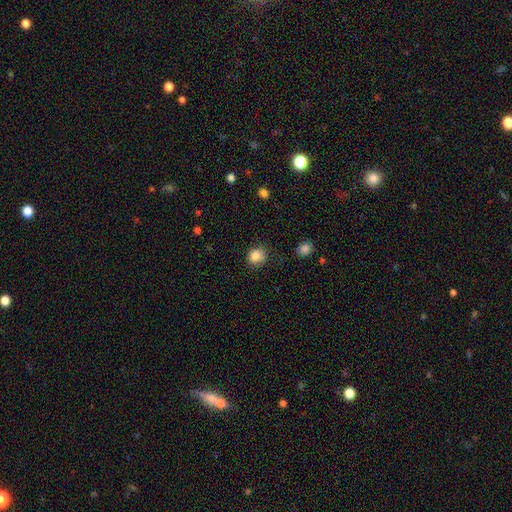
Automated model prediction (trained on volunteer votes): This appears to be a smooth galaxy with no disk features (84%) that is round (72%). Merging: none (73%).